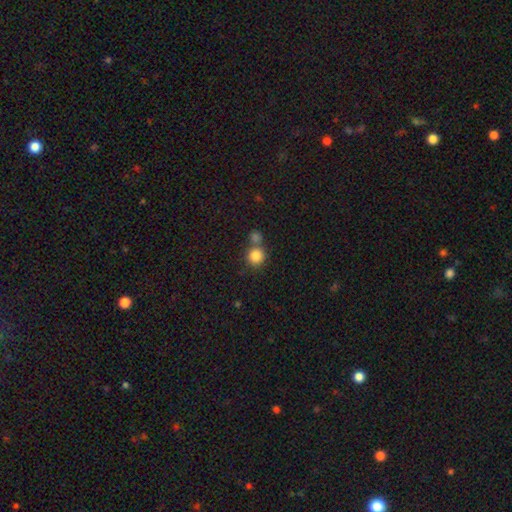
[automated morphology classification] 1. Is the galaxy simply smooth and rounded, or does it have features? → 84% smooth, 11% star or artifact, 5% featured or disk.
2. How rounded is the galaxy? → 92% round, 7% in between, 1% cigar-shaped.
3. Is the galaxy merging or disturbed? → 63% none, 26% merger, 8% minor disturbance, 3% major disturbance.